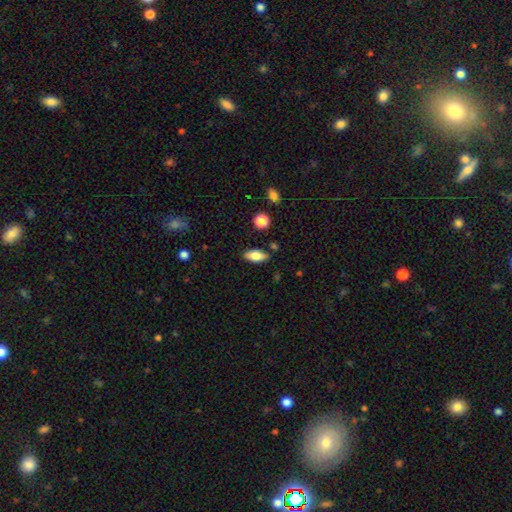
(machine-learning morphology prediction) Smooth or featured: smooth — 73% (featured or disk — 19%)
How rounded: in between — 85% (cigar-shaped — 12%)
Merging: none — 84% (minor disturbance — 11%)